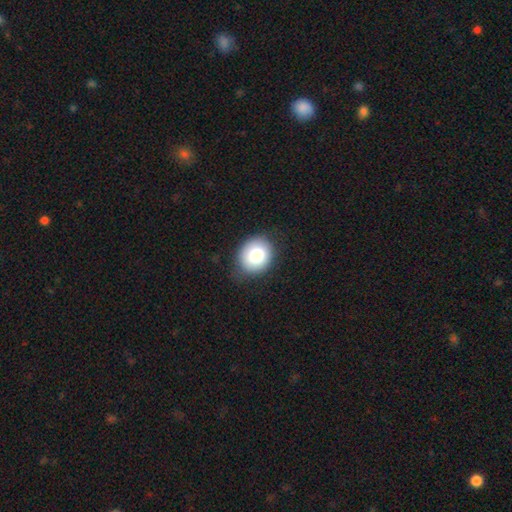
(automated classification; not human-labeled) A smooth galaxy with no disk features (83%) that is round (71%).

Vote fractions:
- Smooth or featured? smooth: 83% / featured or disk: 9% / star or artifact: 8%
- How rounded? round: 71% / in between: 28% / cigar-shaped: 1%
- Merging? none: 79% / minor disturbance: 16% / major disturbance: 4% / merger: 1%